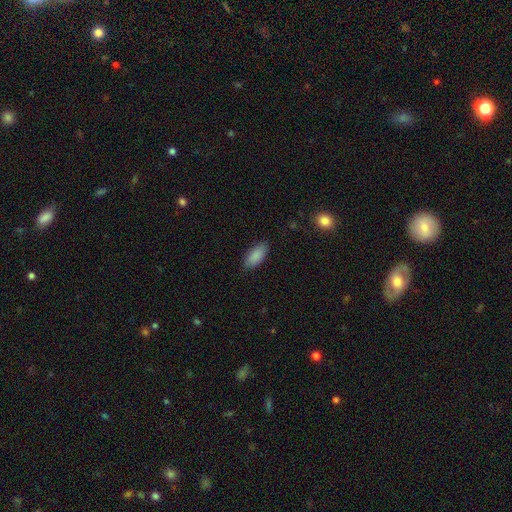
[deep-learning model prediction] The model was most divided on "merging": none: 85%, minor disturbance: 12%, major disturbance: 2%, merger: 1%. More confident: how rounded — in between (90%); smooth or featured — smooth (89%).